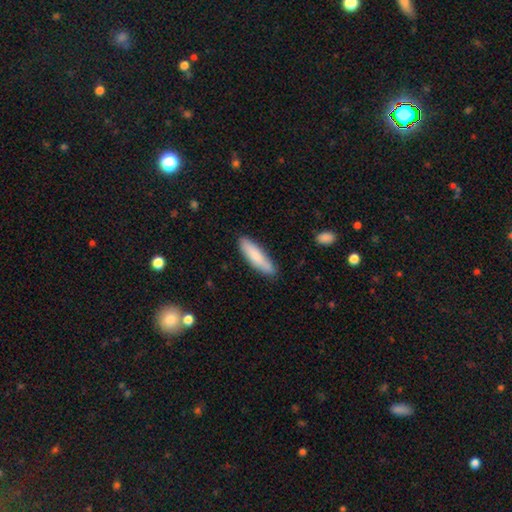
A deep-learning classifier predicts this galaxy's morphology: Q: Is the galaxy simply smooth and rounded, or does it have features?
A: smooth — 82%.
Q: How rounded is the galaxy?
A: cigar-shaped — 72%.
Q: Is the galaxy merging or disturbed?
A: none — 84%.